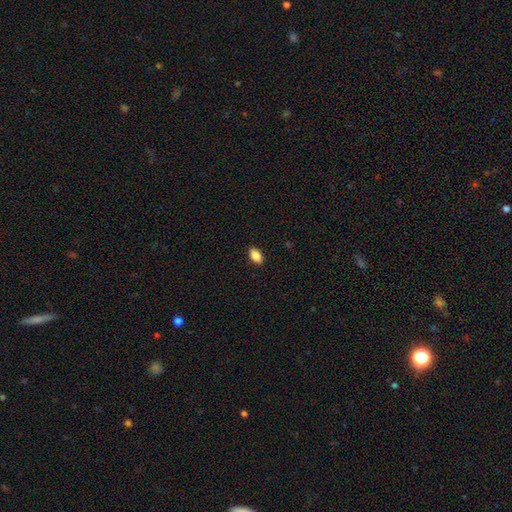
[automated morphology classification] Q: Smooth or featured?
A: smooth (87%); runner-up: star or artifact (8%)
Q: How rounded?
A: in between (92%); runner-up: round (4%)
Q: Merging?
A: none (90%); runner-up: minor disturbance (8%)